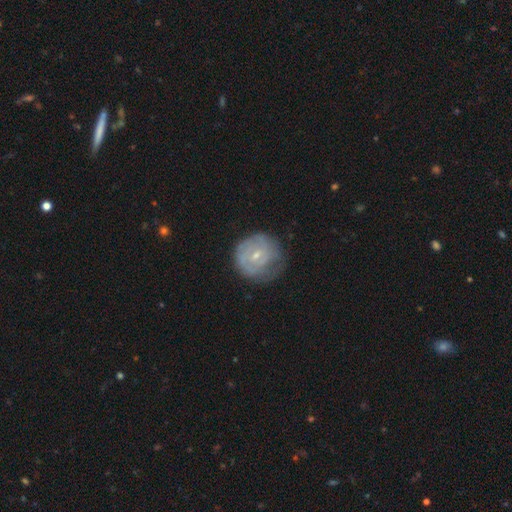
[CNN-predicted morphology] This is possibly a featured or disk galaxy (57%). It is clearly not viewed edge-on (97%). Bar: possibly no (53%). Spiral arm pattern: likely yes (69%). Central bulge: likely small (69%). Merging: possibly none (60%).